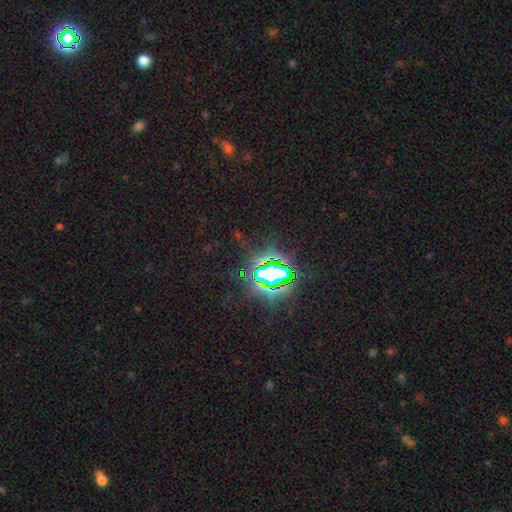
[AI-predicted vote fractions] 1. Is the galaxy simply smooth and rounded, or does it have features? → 82% star or artifact, 10% smooth, 8% featured or disk.